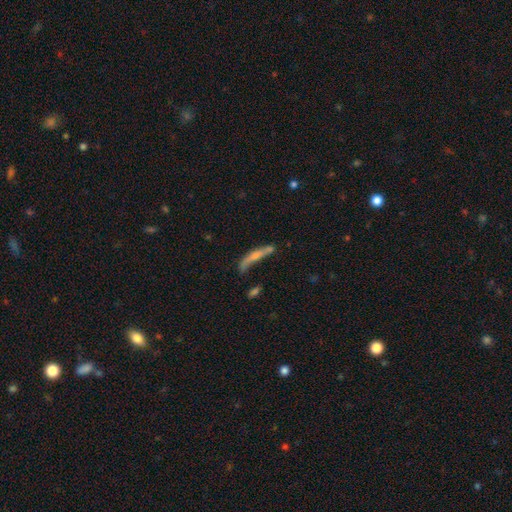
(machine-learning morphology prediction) This appears to be a smooth galaxy with no disk features (48%). Merging: none (43%).